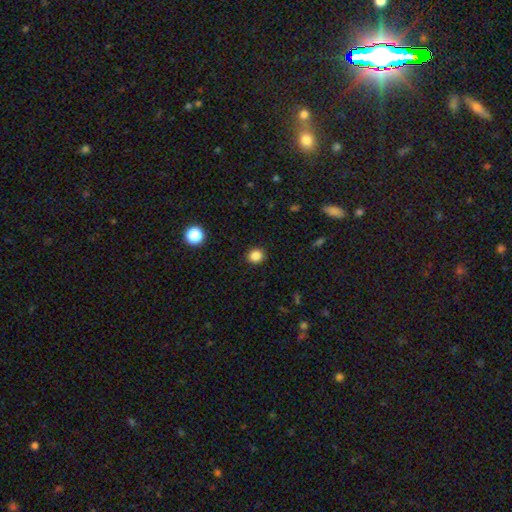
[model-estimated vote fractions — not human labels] Smooth or featured? smooth (85%)
How rounded? round (83%)
Merging? none (91%)